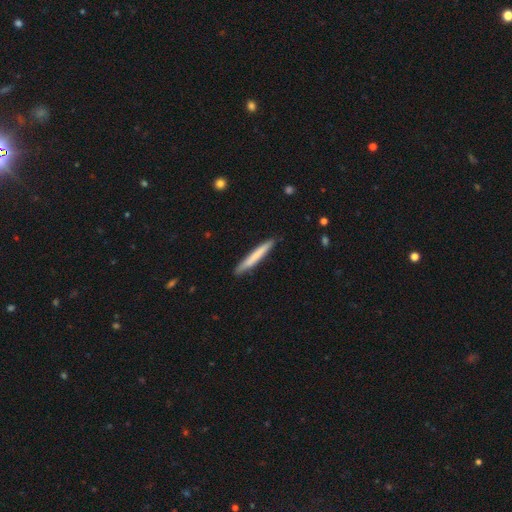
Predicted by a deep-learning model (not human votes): Smooth or featured?
  - smooth: 71% *
  - featured or disk: 24%
  - star or artifact: 5%
How rounded?
  - cigar-shaped: 96% *
  - in between: 2%
  - round: 1%
Merging?
  - none: 89% *
  - minor disturbance: 9%
  - major disturbance: 1%
  - merger: 1%